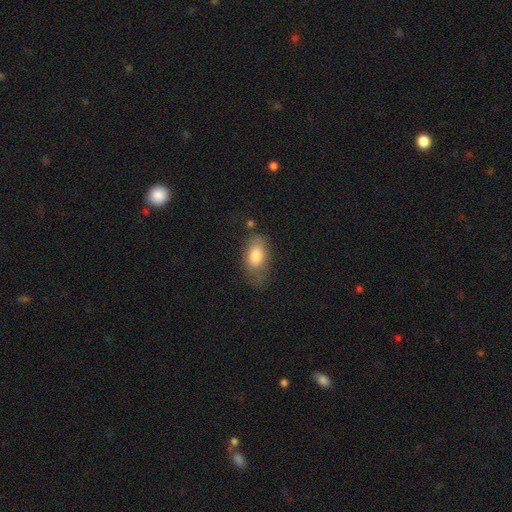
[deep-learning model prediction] Smooth or featured? smooth (79%)
How rounded? in between (91%)
Merging? none (53%)